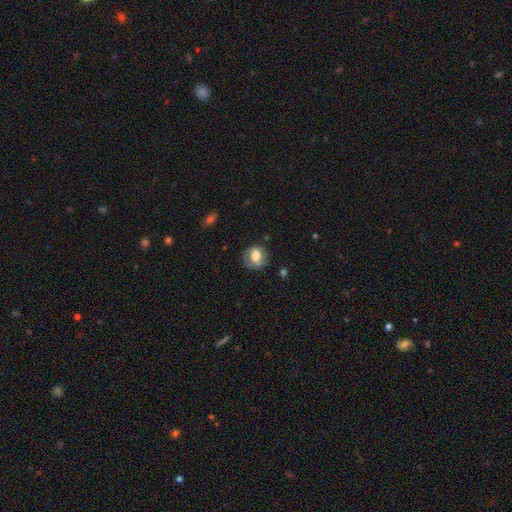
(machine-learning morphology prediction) smooth-or-featured: smooth: 60% | featured or disk: 32% | star or artifact: 8%
  how-rounded: round: 65% | in between: 33% | cigar-shaped: 1%
  merging: none: 67% | minor disturbance: 22% | major disturbance: 9% | merger: 2%